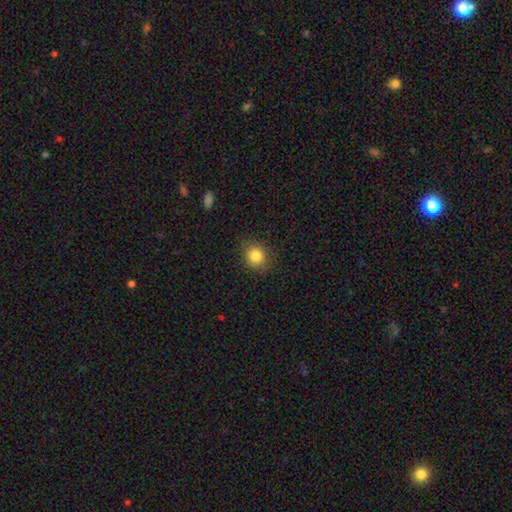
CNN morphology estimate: This is clearly a smooth galaxy (84%). How rounded: likely round (77%). Merging: clearly none (86%).